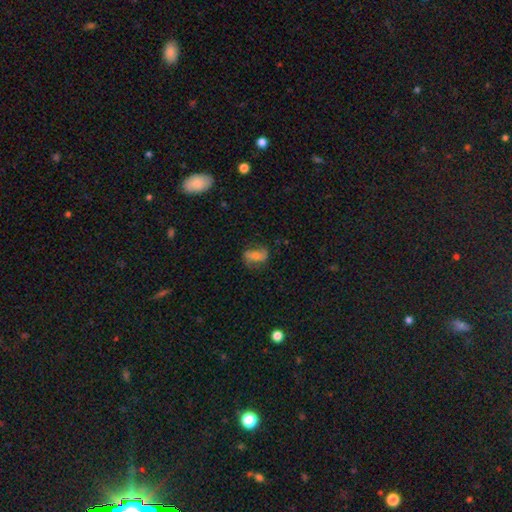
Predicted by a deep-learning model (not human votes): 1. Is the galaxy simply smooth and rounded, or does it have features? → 51% featured or disk, 39% smooth, 10% star or artifact.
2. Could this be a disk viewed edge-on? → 94% no, 6% yes.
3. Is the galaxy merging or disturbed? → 70% none, 19% minor disturbance, 9% major disturbance, 2% merger.